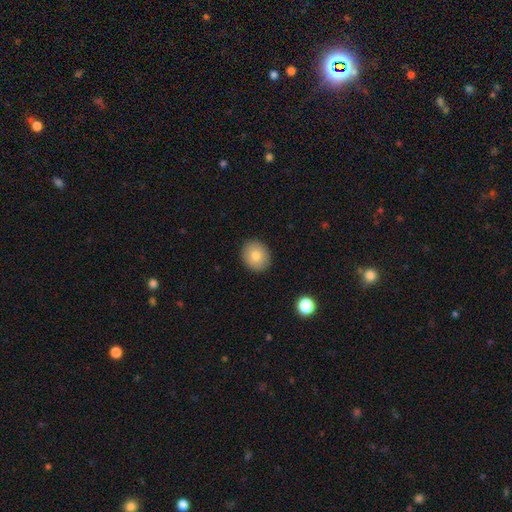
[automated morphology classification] A smooth galaxy with no disk features (81%) that is round (69%). Merging: none (90%).